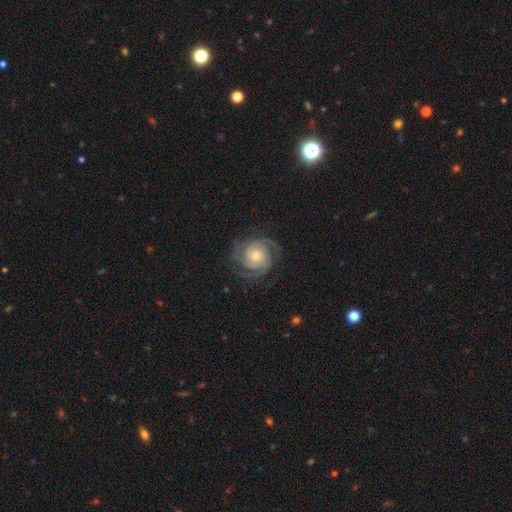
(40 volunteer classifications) A featured or disk galaxy (90%) with no bar (86%), 3 (64%) tight (64%) spiral arms (100%) and a moderate central bulge (61%). Merging: none (82%).